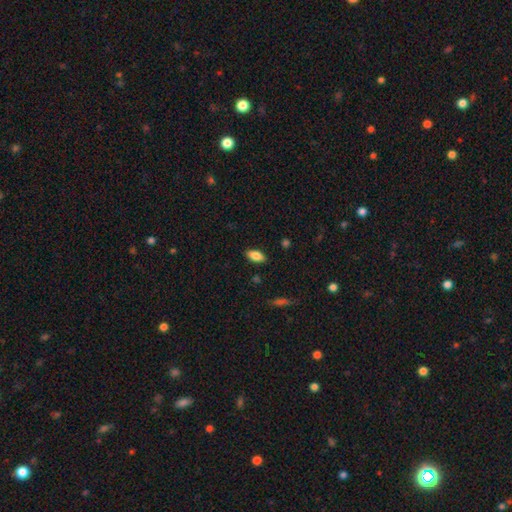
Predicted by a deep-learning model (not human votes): Overall: smooth (84%). How rounded: in between (90%). Merging: none (87%).